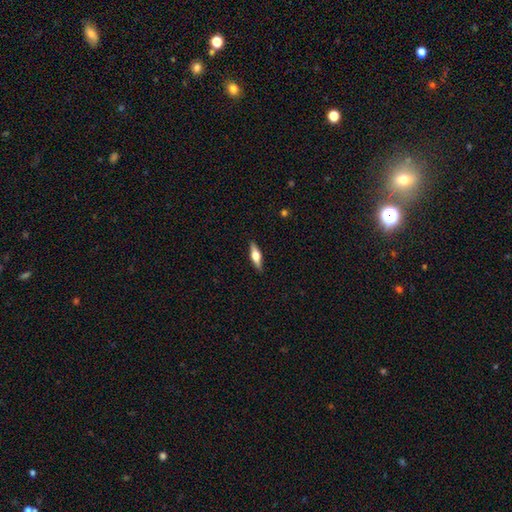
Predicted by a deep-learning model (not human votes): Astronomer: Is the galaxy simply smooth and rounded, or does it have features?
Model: featured or disk — 52% (runner-up: smooth, 42%).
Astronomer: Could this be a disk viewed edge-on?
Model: yes — 94%.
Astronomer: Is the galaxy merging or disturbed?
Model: none — 88%.